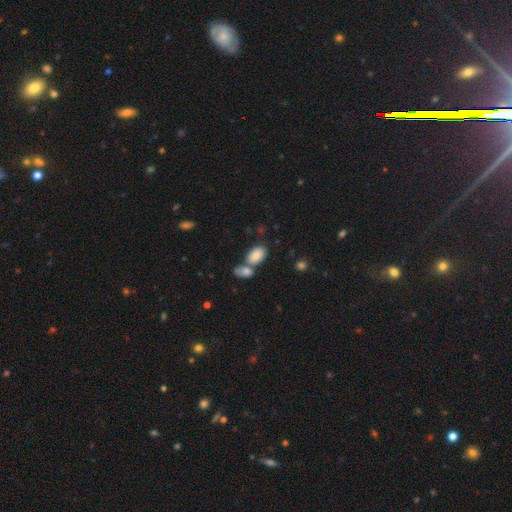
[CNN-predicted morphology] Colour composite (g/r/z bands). It shows a smooth galaxy with no disk features (85%) that is in between round and cigar-shaped (92%). Merging: merger (47%).